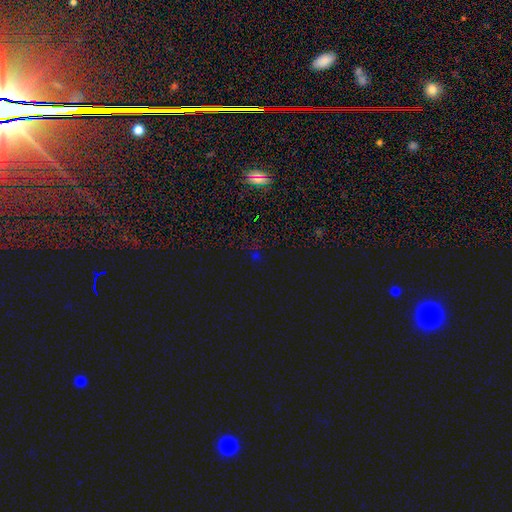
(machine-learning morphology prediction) A star or artifact, not a galaxy (69%).

Vote fractions:
- Smooth or featured? star or artifact: 69% / smooth: 24% / featured or disk: 7%